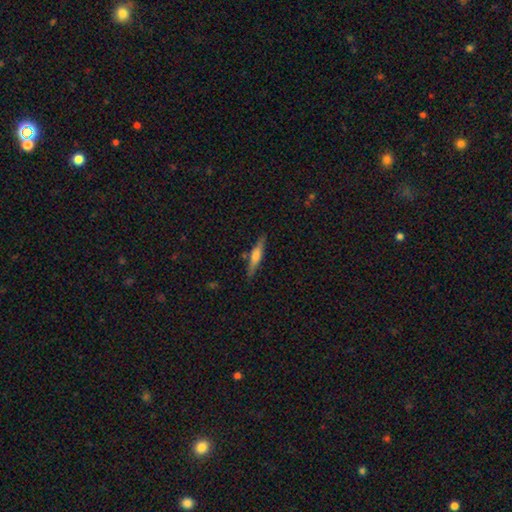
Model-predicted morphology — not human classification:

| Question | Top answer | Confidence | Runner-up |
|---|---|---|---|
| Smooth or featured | smooth | 47% | tied: featured or disk (47%) |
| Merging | none | 84% | minor disturbance (11%) |